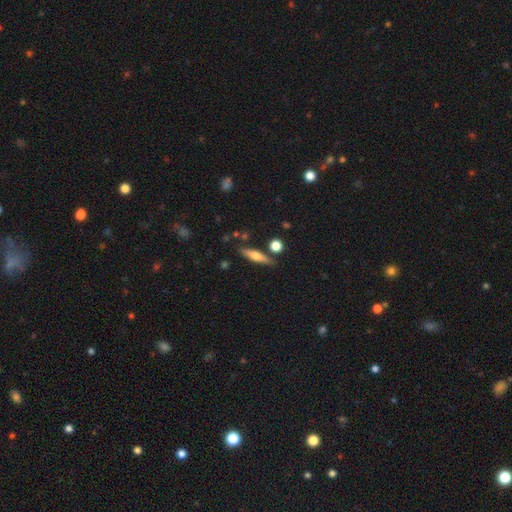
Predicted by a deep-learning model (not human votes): The model was most divided on "smooth or featured" (2-way tie): featured or disk: 46%, smooth: 46%, star or artifact: 7%. More confident: merging — none (81%).